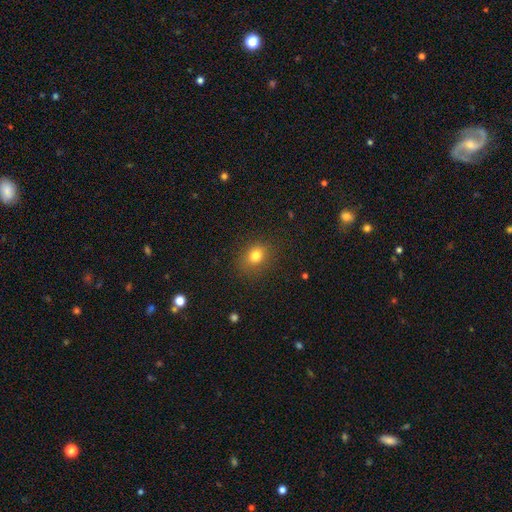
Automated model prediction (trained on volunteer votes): smooth 79%, star or artifact 13%, featured or disk 8%. Down the decision tree: how rounded — round (58%); merging — none (85%).